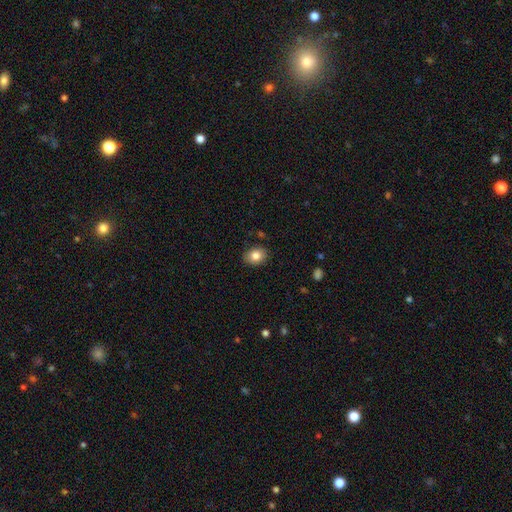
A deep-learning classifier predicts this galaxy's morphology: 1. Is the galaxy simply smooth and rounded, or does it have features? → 83% smooth, 9% star or artifact, 8% featured or disk.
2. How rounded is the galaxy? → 52% in between, 47% round, 1% cigar-shaped.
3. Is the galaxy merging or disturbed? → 86% none, 10% minor disturbance, 2% major disturbance, 1% merger.